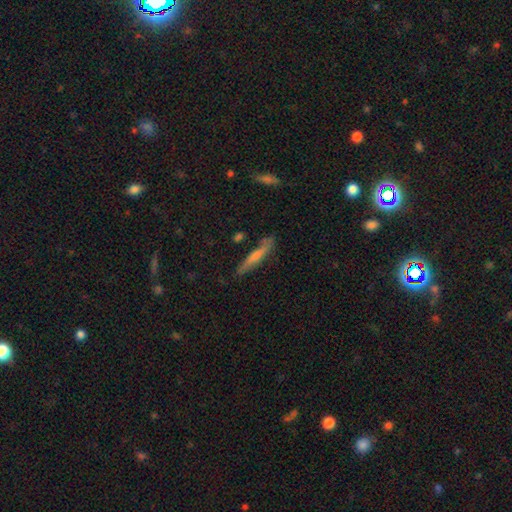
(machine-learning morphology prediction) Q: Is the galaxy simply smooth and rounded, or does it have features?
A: smooth — 53%.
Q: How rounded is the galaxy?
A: cigar-shaped — 92%.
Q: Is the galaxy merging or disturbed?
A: none — 79%.